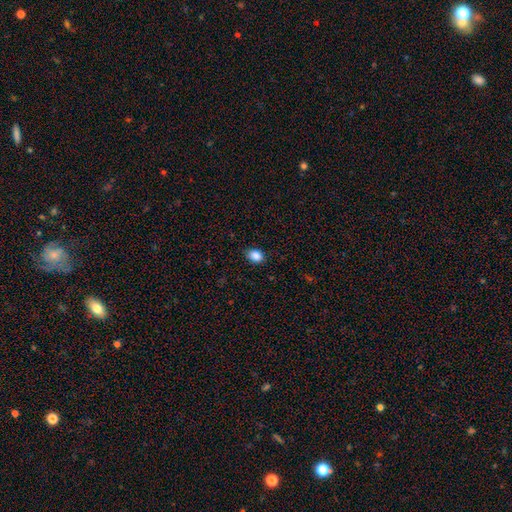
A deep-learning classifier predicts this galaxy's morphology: smooth 88%, star or artifact 9%, featured or disk 3%. Down the decision tree: how rounded — in between (65%); merging — none (86%).